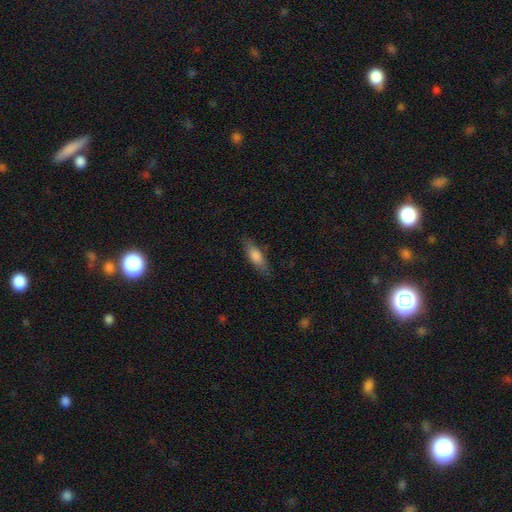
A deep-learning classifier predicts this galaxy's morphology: smooth-or-featured: smooth: 76% | featured or disk: 17% | star or artifact: 6%
  how-rounded: in between: 54% | cigar-shaped: 44% | round: 2%
  merging: none: 81% | minor disturbance: 14% | major disturbance: 3% | merger: 1%